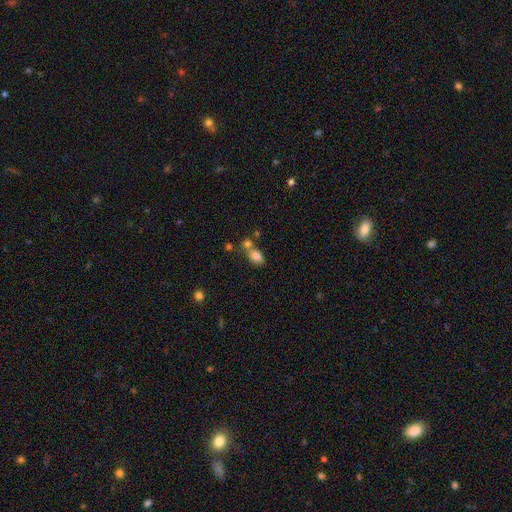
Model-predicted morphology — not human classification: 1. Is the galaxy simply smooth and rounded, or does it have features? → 80% smooth, 11% star or artifact, 8% featured or disk.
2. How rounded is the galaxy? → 78% in between, 21% round, 2% cigar-shaped.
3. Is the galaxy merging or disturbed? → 46% none, 37% merger, 12% minor disturbance, 5% major disturbance.